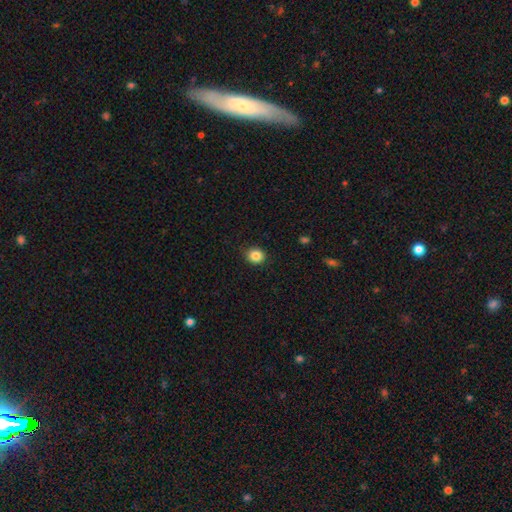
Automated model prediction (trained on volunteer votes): Morphology: type=smooth (85%); roundness=round (75%); merging=none (88%).